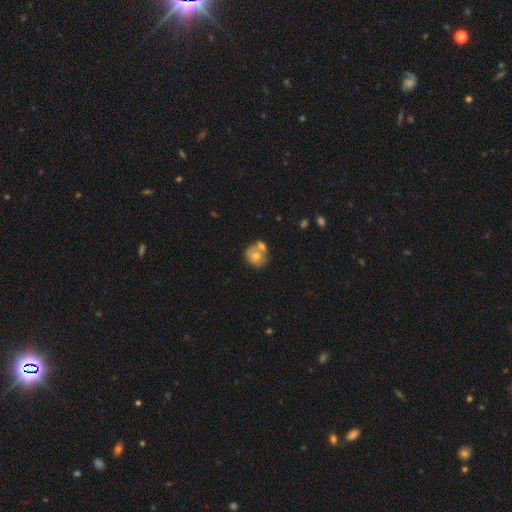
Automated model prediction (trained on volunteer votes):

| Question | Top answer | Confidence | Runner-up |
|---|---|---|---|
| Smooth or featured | smooth | 60% | featured or disk (32%) |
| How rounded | round | 74% | in between (25%) |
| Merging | merger | 46% | none (37%) |